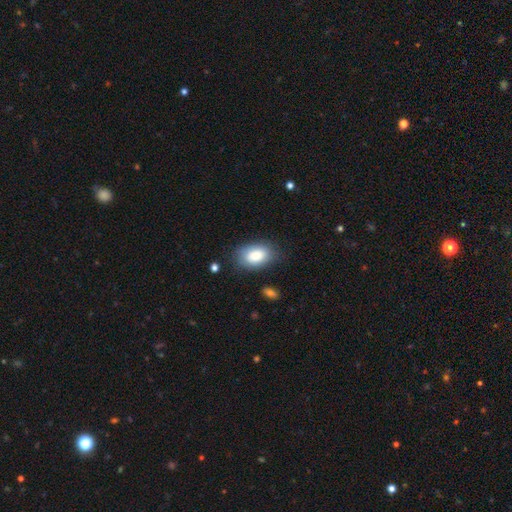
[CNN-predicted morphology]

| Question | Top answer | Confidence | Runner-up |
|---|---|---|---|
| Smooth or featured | smooth | 85% | featured or disk (9%) |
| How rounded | in between | 91% | round (8%) |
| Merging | none | 78% | minor disturbance (15%) |